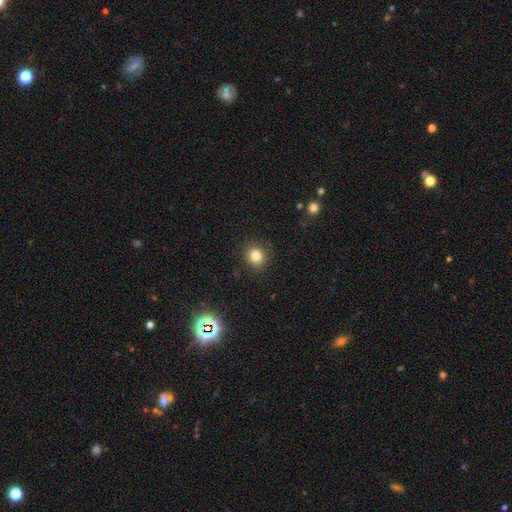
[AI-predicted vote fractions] Q: Smooth or featured?
A: smooth (81%); runner-up: star or artifact (12%)
Q: How rounded?
A: round (84%); runner-up: in between (15%)
Q: Merging?
A: none (88%); runner-up: minor disturbance (8%)